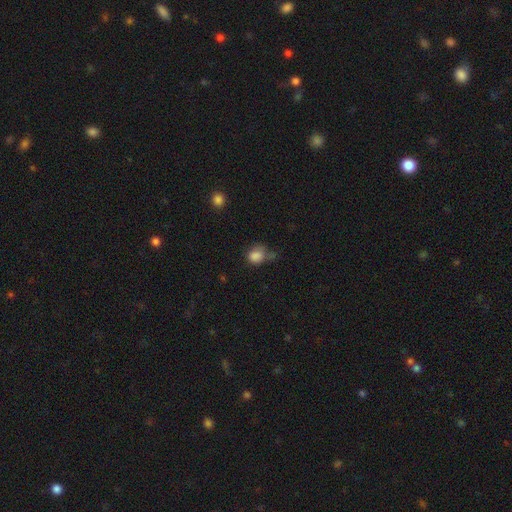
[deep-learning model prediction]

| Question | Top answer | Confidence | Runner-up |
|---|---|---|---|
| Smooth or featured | smooth | 82% | star or artifact (11%) |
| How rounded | round | 59% | in between (40%) |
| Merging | none | 40% | minor disturbance (32%) |